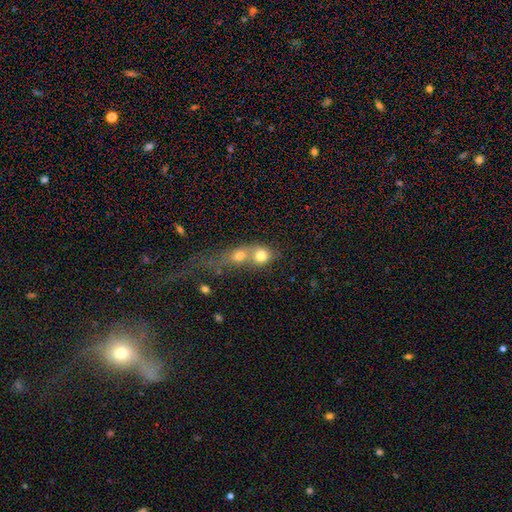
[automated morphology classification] smooth-or-featured: smooth: 57% | featured or disk: 25% | star or artifact: 18%
  how-rounded: round: 65% | in between: 27% | cigar-shaped: 8%
  merging: merger: 66% | none: 19% | major disturbance: 9% | minor disturbance: 6%